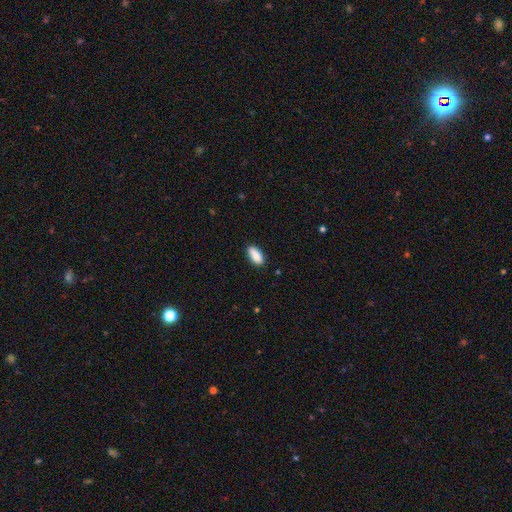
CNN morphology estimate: Q: Smooth or featured?
A: smooth (87%); runner-up: star or artifact (7%)
Q: How rounded?
A: in between (82%); runner-up: cigar-shaped (16%)
Q: Merging?
A: none (85%); runner-up: minor disturbance (12%)